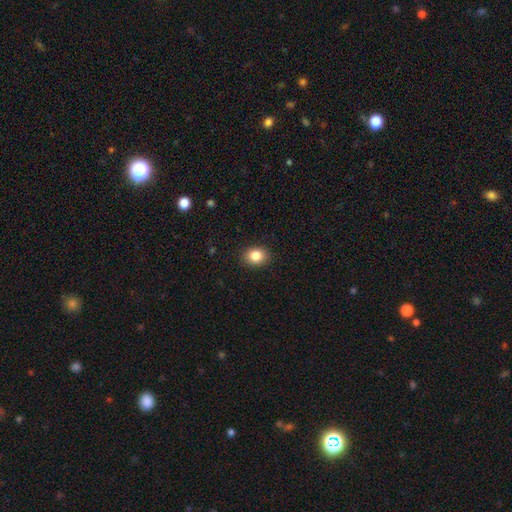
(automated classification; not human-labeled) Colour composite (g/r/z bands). It shows a smooth galaxy with no disk features (85%) that is in between round and cigar-shaped (52%). Merging: none (89%).